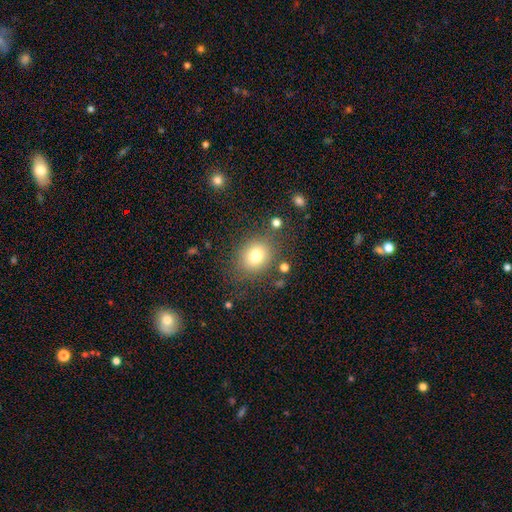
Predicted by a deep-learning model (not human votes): This appears to be a smooth galaxy with no disk features (76%) that is round (70%). Merging: none (79%).